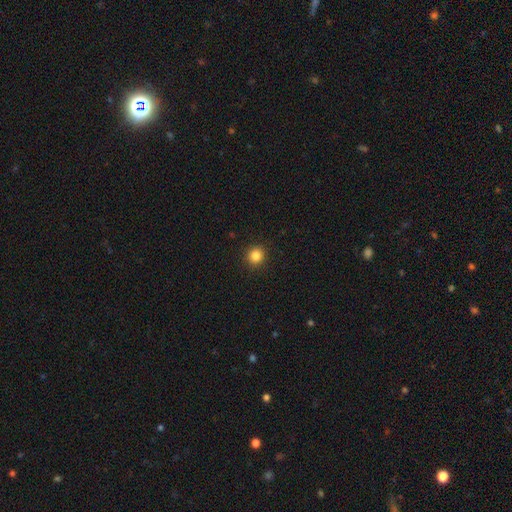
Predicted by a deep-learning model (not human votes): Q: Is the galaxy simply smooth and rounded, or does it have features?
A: smooth — 85%.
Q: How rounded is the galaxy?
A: round — 91%.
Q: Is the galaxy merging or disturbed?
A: none — 92%.